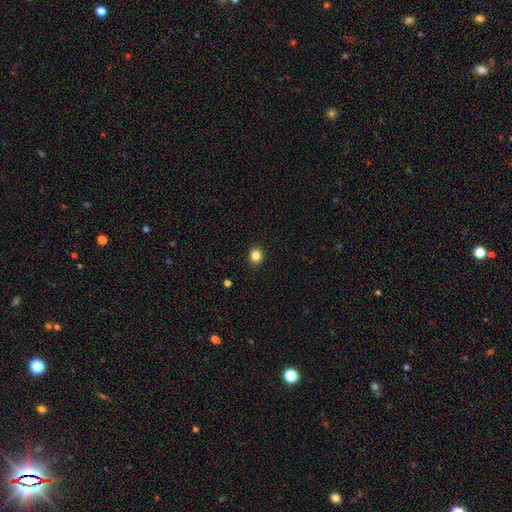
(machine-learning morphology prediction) Overall: smooth (83%). How rounded: round (77%). Merging: none (91%).